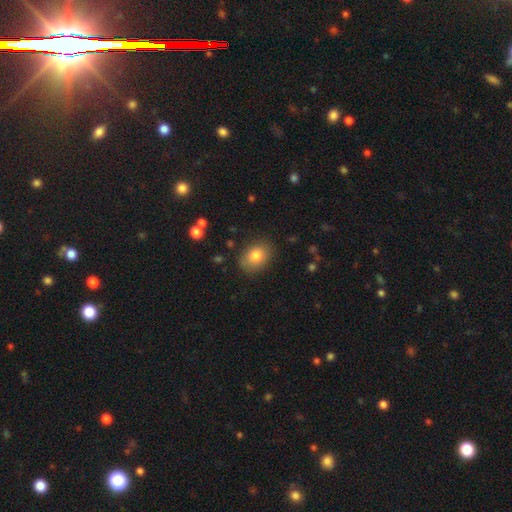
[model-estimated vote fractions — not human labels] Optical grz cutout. It shows a smooth galaxy with no disk features (81%) that is in between round and cigar-shaped (66%). Merging: none (84%).